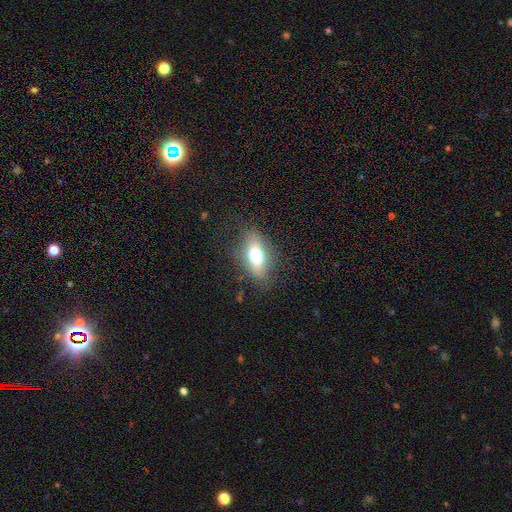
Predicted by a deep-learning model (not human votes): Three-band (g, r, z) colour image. It shows a smooth galaxy with no disk features (68%) that is in between round and cigar-shaped (77%). Merging: none (77%).